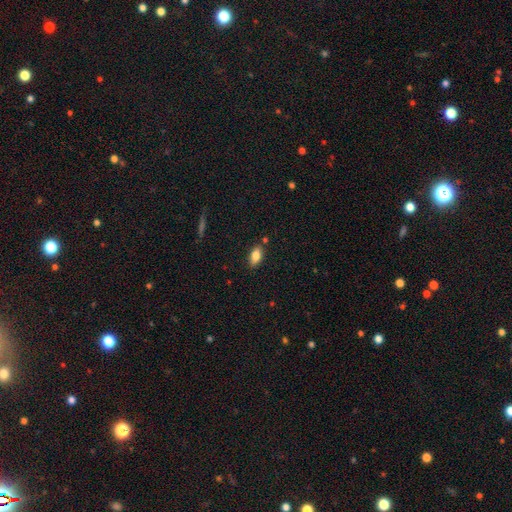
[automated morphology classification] smooth-or-featured: smooth: 81% | featured or disk: 11% | star or artifact: 8%
  how-rounded: in between: 88% | cigar-shaped: 7% | round: 4%
  merging: none: 82% | minor disturbance: 11% | merger: 4% | major disturbance: 2%